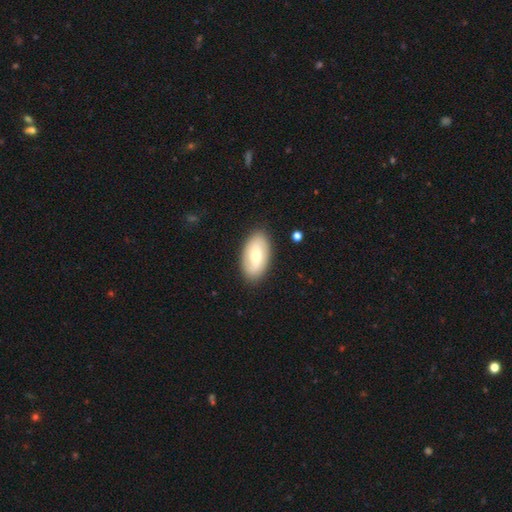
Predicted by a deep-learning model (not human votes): Smooth or featured: smooth — 56% (featured or disk — 38%)
How rounded: in between — 93% (round — 4%)
Merging: none — 87% (minor disturbance — 10%)